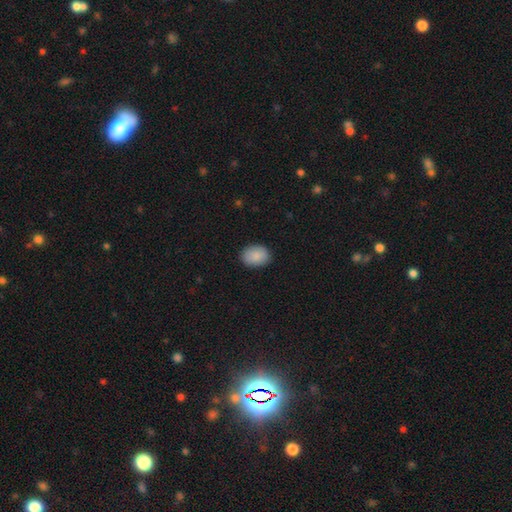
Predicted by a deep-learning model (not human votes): smooth_or_featured: smooth (p=0.89) [alt: star or artifact p=0.07]
how_rounded: in between (p=0.69) [alt: round p=0.30]
merging: none (p=0.88) [alt: minor disturbance p=0.09]